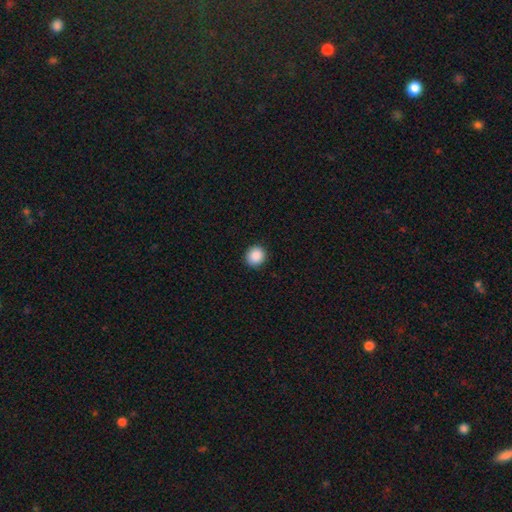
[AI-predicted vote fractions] A smooth galaxy with no disk features (89%) that is round (90%).

Vote fractions:
- Smooth or featured? smooth: 89% / star or artifact: 8% / featured or disk: 3%
- How rounded? round: 90% / in between: 9% / cigar-shaped: 1%
- Merging? none: 92% / minor disturbance: 6% / major disturbance: 2% / merger: 1%